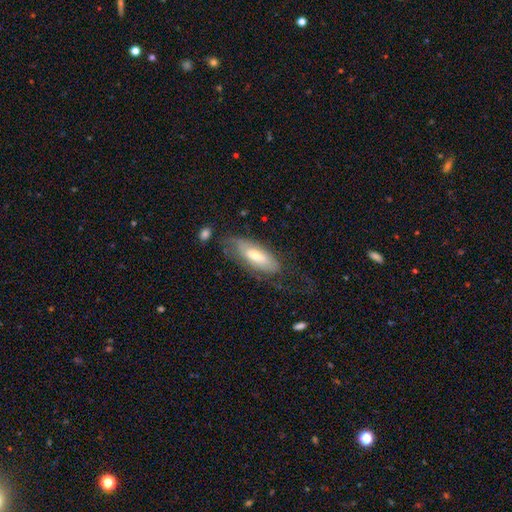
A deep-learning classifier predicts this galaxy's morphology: smooth-or-featured: smooth: 47% | featured or disk: 46% | star or artifact: 7%
  merging: none: 52% | minor disturbance: 26% | major disturbance: 20% | merger: 3%